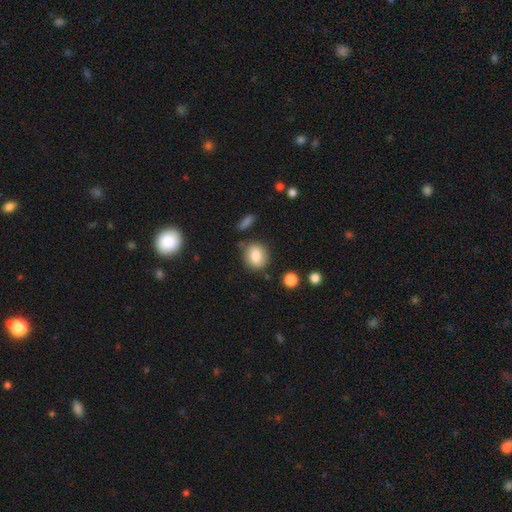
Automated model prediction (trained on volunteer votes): smooth_or_featured: smooth (p=0.81) [alt: featured or disk p=0.10]
how_rounded: round (p=0.65) [alt: in between p=0.33]
merging: none (p=0.74) [alt: minor disturbance p=0.16]